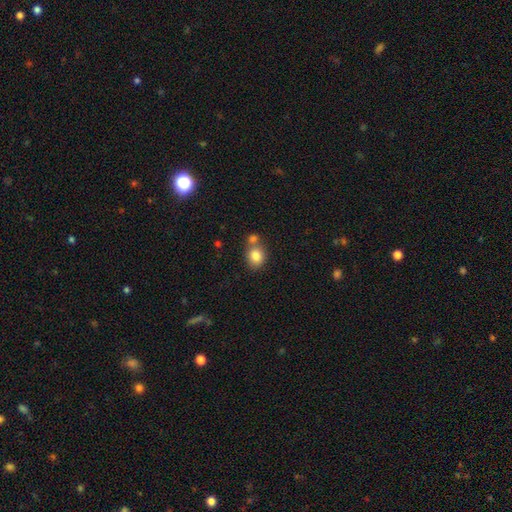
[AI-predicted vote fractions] The model was most divided on "merging": none: 56%, merger: 30%, minor disturbance: 11%, major disturbance: 3%. More confident: smooth or featured — smooth (84%); how rounded — round (65%).